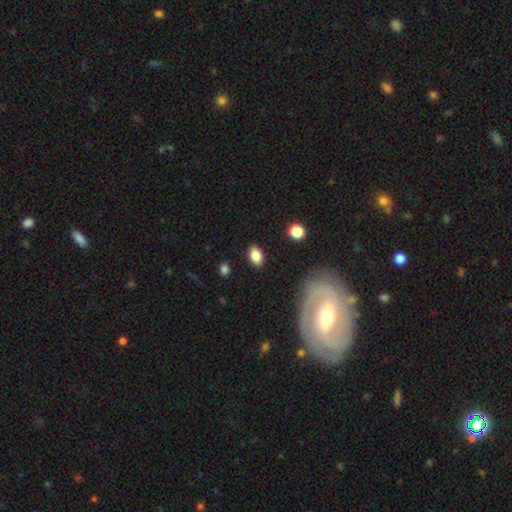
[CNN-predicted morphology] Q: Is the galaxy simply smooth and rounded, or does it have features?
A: smooth — 85%.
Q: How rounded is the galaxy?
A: in between — 88%.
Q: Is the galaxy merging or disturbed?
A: none — 87%.